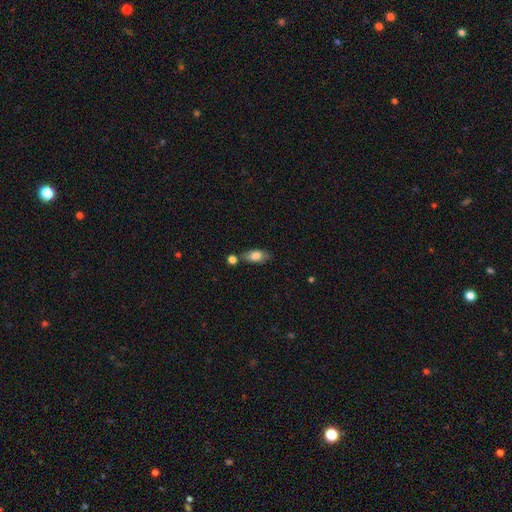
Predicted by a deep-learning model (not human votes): This appears to be a smooth galaxy with no disk features (78%) that is in between round and cigar-shaped (85%). Merging: none (67%).